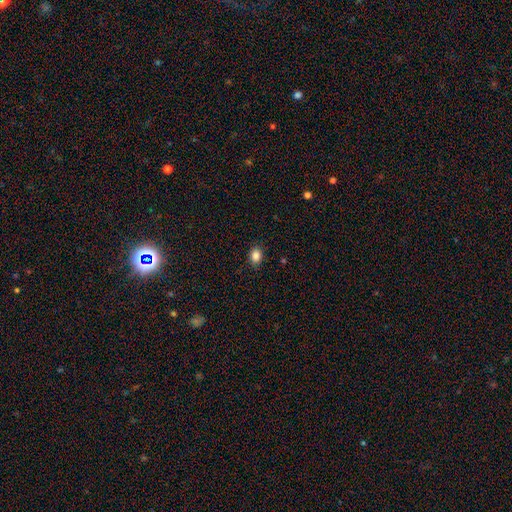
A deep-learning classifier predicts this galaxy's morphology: smooth_or_featured: smooth (p=0.86) [alt: star or artifact p=0.10]
how_rounded: in between (p=0.62) [alt: round p=0.37]
merging: none (p=0.87) [alt: minor disturbance p=0.09]